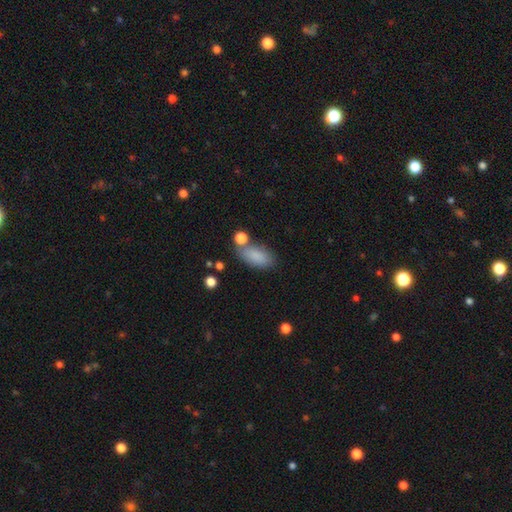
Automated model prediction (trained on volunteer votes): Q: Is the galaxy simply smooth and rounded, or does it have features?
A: smooth — 85%.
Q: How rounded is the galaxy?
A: in between — 89%.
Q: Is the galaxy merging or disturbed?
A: none — 66%.